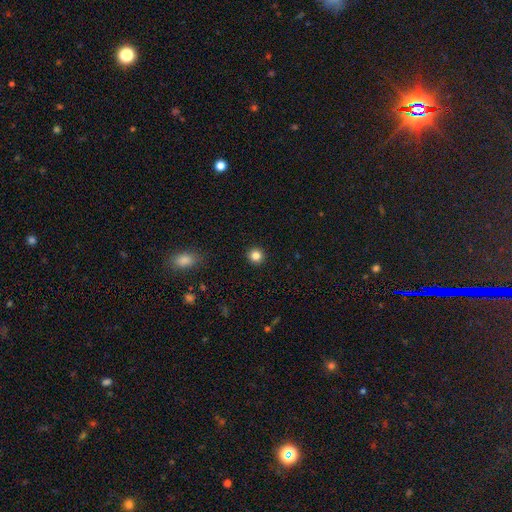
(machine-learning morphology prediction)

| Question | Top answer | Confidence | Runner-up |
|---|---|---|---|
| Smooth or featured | smooth | 84% | star or artifact (11%) |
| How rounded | round | 94% | in between (5%) |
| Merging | none | 93% | minor disturbance (4%) |